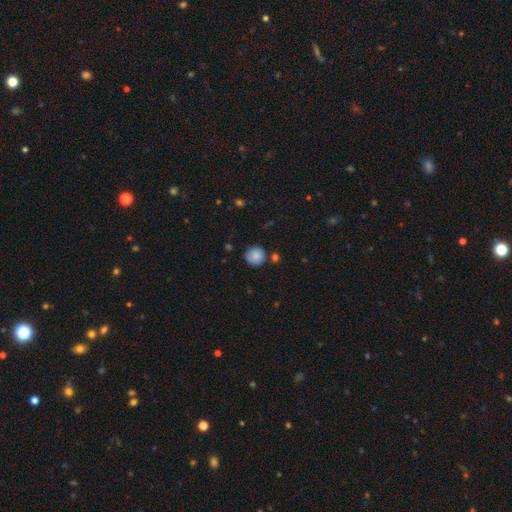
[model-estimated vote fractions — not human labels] This appears to be a smooth galaxy with no disk features (86%) that is round (92%). Merging: none (76%).